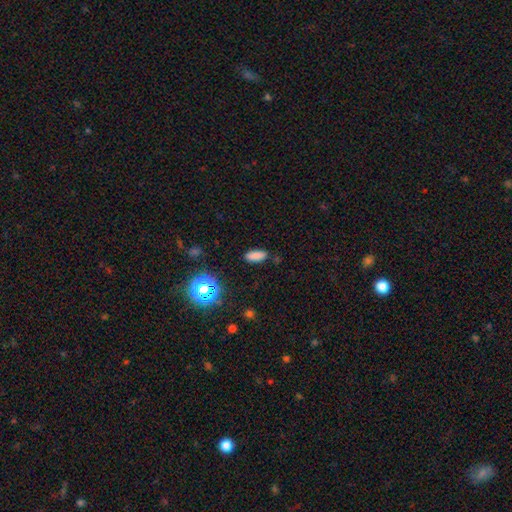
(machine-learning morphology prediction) smooth 81%, star or artifact 14%, featured or disk 5%. Down the decision tree: how rounded — in between (71%); merging — none (85%).